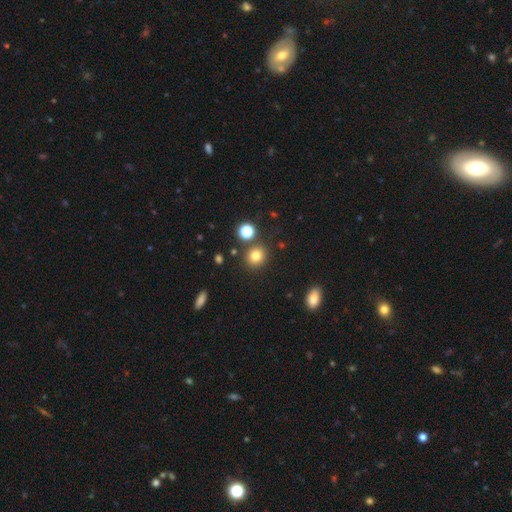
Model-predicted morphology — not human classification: This is likely a smooth galaxy (79%). How rounded: clearly round (85%). Merging: clearly none (83%).